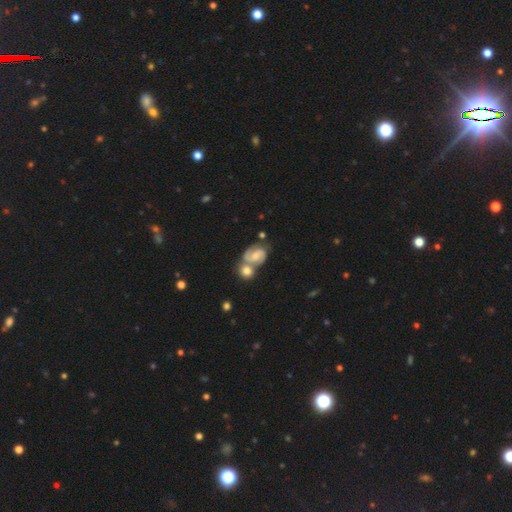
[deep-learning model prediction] featured or disk 81%, smooth 13%, star or artifact 6%. Down the decision tree: edge-on disk — no (98%); bar — no (48%); spiral arms — yes (96%); spiral arm count — 2 (88%); spiral winding — medium (50%); bulge size — small (42%); merging — merger (46%).